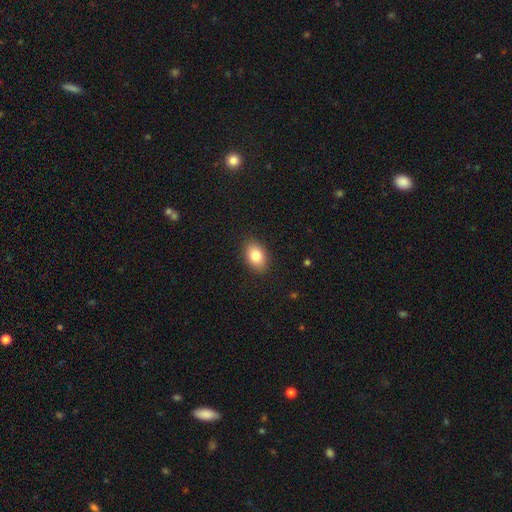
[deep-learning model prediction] Smooth or featured: smooth — 83% (featured or disk — 9%)
How rounded: in between — 86% (round — 12%)
Merging: none — 88% (minor disturbance — 9%)